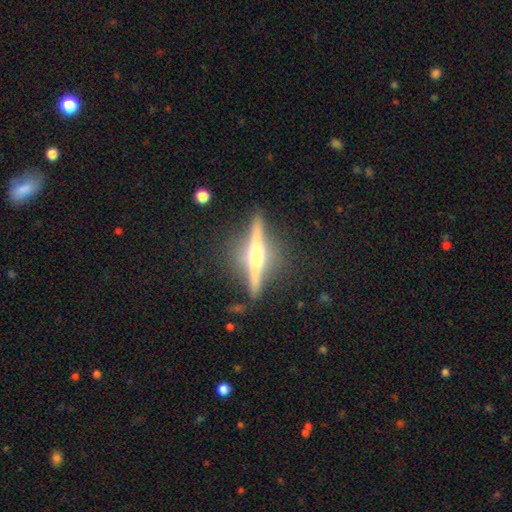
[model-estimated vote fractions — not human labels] Smooth or featured? Predicted: featured or disk (p=0.80). Edge-on disk? Predicted: yes (p=0.97). Edge-on bulge? Predicted: rounded (p=0.92). Merging? Predicted: none (p=0.84).